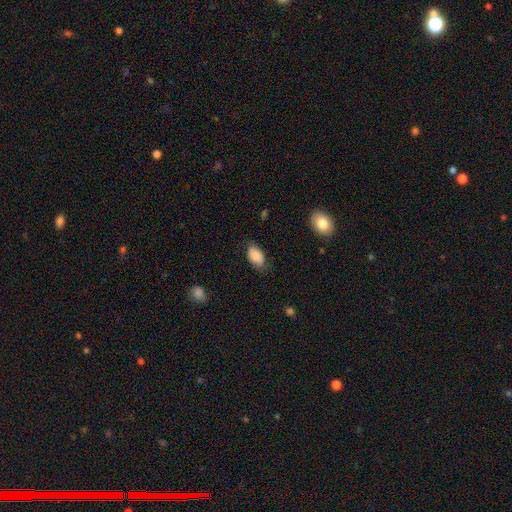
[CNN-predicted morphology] smooth_or_featured: smooth (p=0.84) [alt: featured or disk p=0.09]
how_rounded: in between (p=0.92) [alt: round p=0.07]
merging: none (p=0.71) [alt: minor disturbance p=0.22]